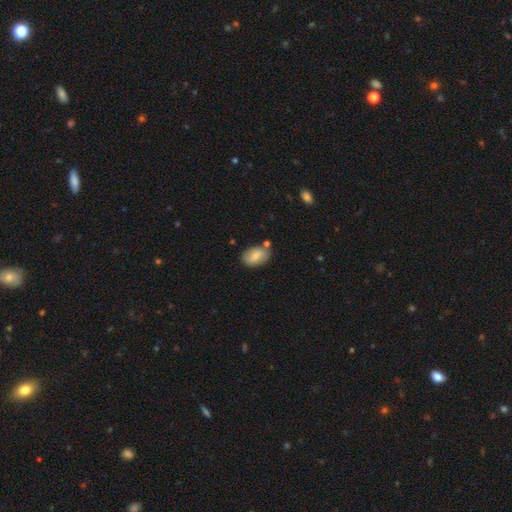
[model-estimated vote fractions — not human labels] Smooth or featured: smooth — 70% (featured or disk — 23%)
How rounded: in between — 89% (round — 9%)
Merging: none — 71% (minor disturbance — 18%)